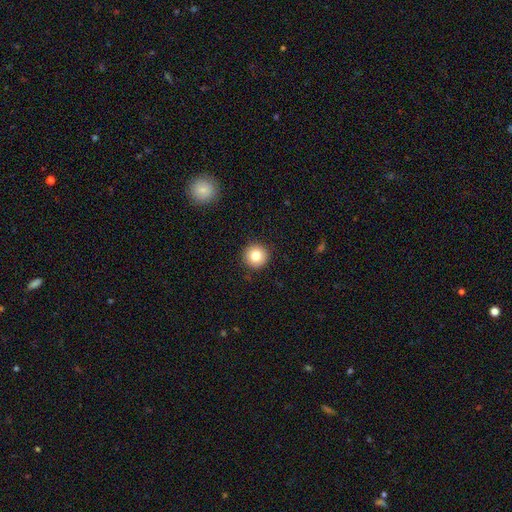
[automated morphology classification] This is clearly a smooth galaxy (80%). How rounded: clearly round (95%). Merging: clearly none (92%).